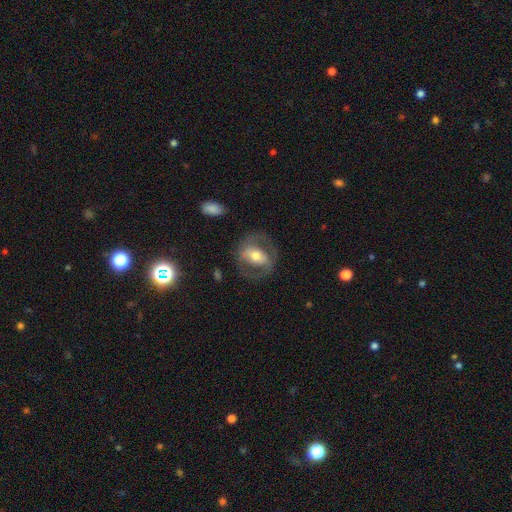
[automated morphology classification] Q: Smooth or featured?
A: featured or disk (61%); runner-up: smooth (32%)
Q: Edge-on disk?
A: no (92%); runner-up: yes (8%)
Q: Bar?
A: strong (42%); runner-up: weak (30%)
Q: Spiral arms?
A: no (53%); runner-up: yes (47%)
Q: Bulge size?
A: moderate (68%); runner-up: small (18%)
Q: Merging?
A: none (72%); runner-up: minor disturbance (14%)